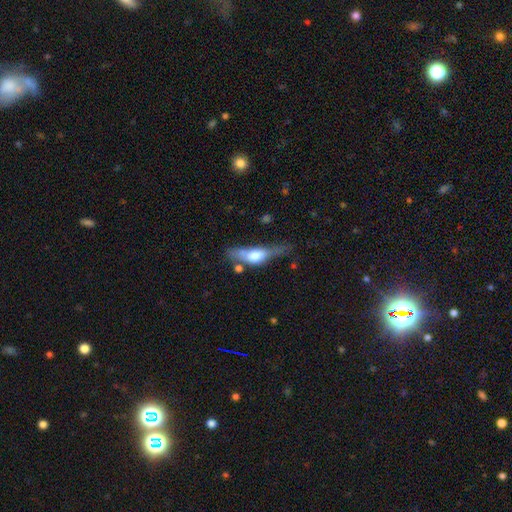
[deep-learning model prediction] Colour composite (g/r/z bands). It shows a smooth galaxy with no disk features (52%) that is in between round and cigar-shaped (48%). Merging: none (31%).